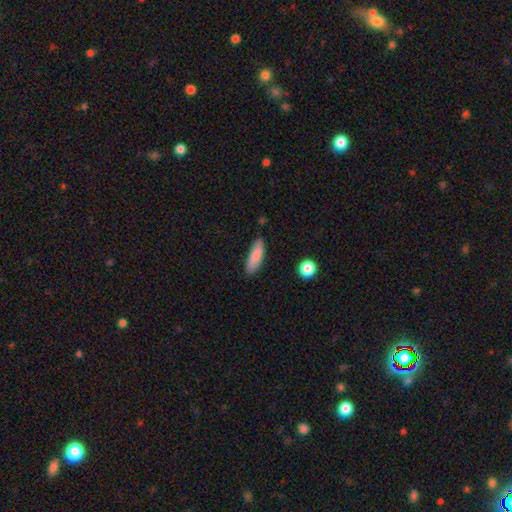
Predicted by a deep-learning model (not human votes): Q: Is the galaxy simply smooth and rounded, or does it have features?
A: smooth — 84%.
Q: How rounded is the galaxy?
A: in between — 51%.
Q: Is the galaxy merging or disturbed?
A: none — 82%.